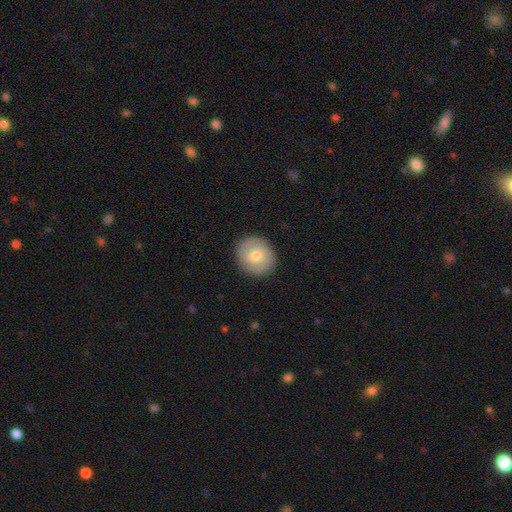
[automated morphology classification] Smooth or featured? Predicted: smooth (p=0.57). How rounded? Predicted: round (p=0.83). Merging? Predicted: none (p=0.88).